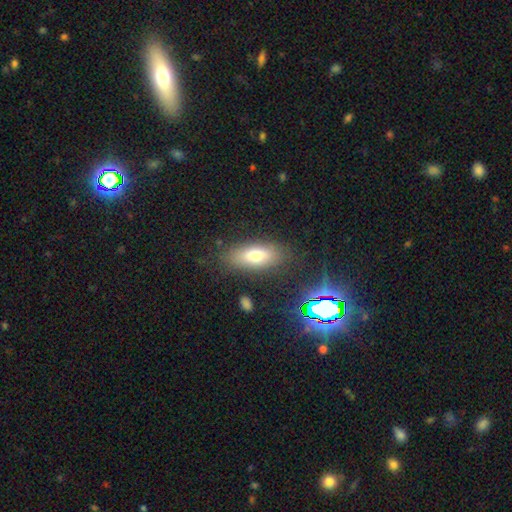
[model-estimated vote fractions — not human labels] Smooth or featured?
  - smooth: 72% *
  - featured or disk: 17%
  - star or artifact: 11%
How rounded?
  - in between: 77% *
  - cigar-shaped: 19%
  - round: 4%
Merging?
  - none: 81% *
  - minor disturbance: 12%
  - major disturbance: 4%
  - merger: 2%